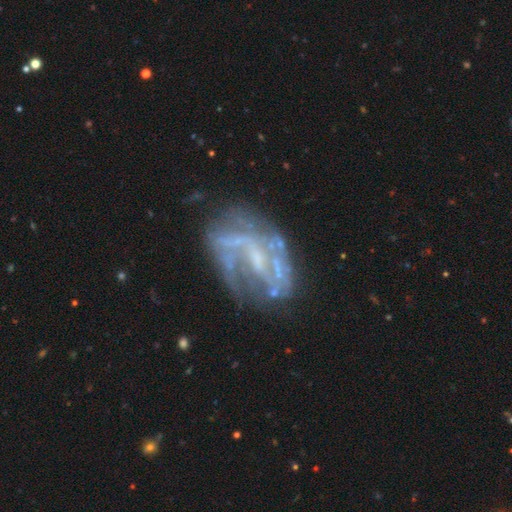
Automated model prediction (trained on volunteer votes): Smooth or featured? Predicted: featured or disk (p=0.79). Edge-on disk? Predicted: no (p=0.97). Bar? Predicted: weak (p=0.41). Spiral arms? Predicted: yes (p=0.69). Spiral winding? Predicted: loose (p=0.44). Spiral arm count? Predicted: 2 (p=0.45). Bulge size? Predicted: none (p=0.43). Merging? Predicted: none (p=0.50).